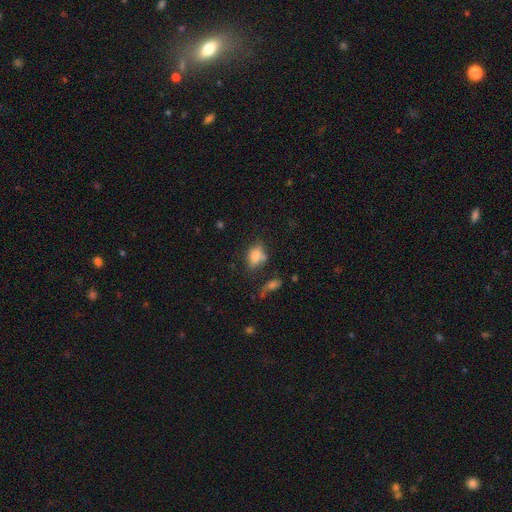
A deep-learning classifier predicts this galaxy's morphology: smooth-or-featured: smooth: 71% | featured or disk: 17% | star or artifact: 11%
  how-rounded: in between: 73% | round: 23% | cigar-shaped: 4%
  merging: none: 56% | minor disturbance: 22% | merger: 13% | major disturbance: 8%